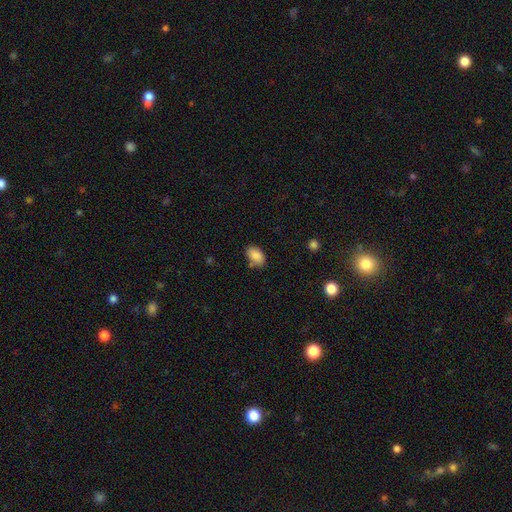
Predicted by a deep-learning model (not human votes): Smooth or featured? smooth (87%)
How rounded? in between (90%)
Merging? none (73%)